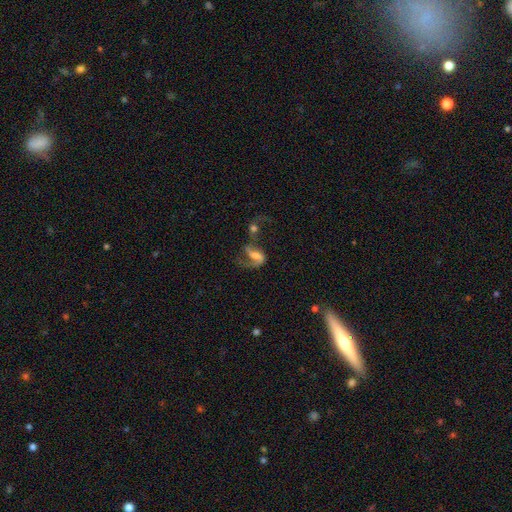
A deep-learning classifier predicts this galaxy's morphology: Overall: featured or disk (72%). Edge-on disk: no (97%). Bar: weak (43%; no 37%). Spiral arms: yes (86%). Spiral arm count: 2 (53%; 1 38%). Spiral winding: loose (62%; medium 30%). Bulge size: moderate (41%; small 25%). Merging: merger (38%; major disturbance 31%).